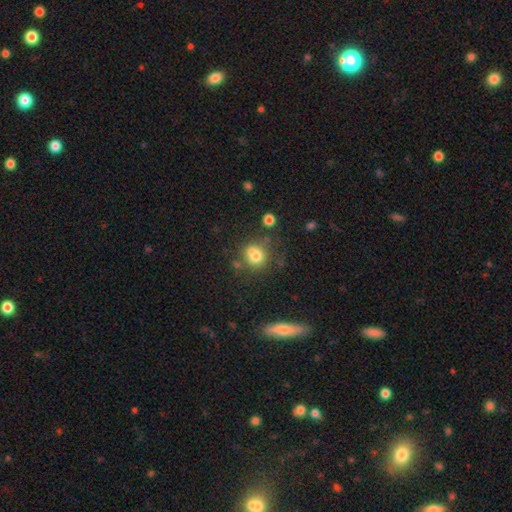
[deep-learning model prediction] Overall: smooth (73%). How rounded: round (80%). Merging: none (58%; merger 20%).